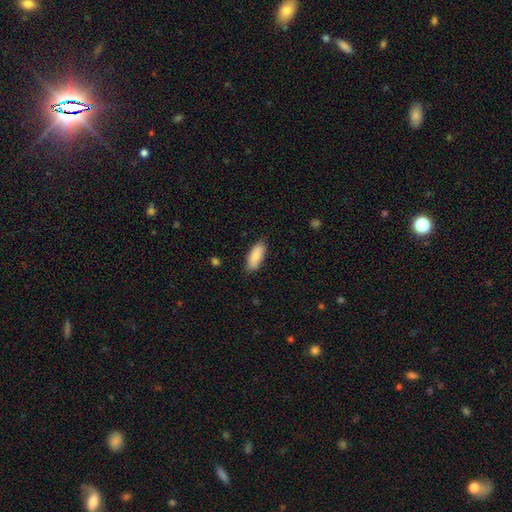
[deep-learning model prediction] Smooth or featured: smooth — 87% (featured or disk — 7%)
How rounded: in between — 82% (cigar-shaped — 16%)
Merging: none — 84% (minor disturbance — 13%)